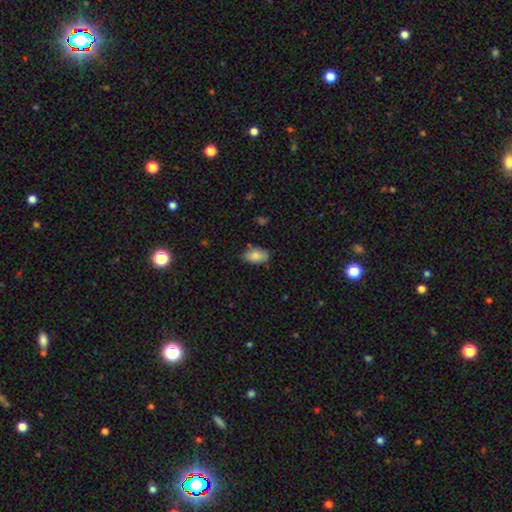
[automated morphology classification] The model was most divided on "merging": none: 78%, minor disturbance: 17%, major disturbance: 3%, merger: 2%. More confident: how rounded — in between (92%); smooth or featured — smooth (84%).